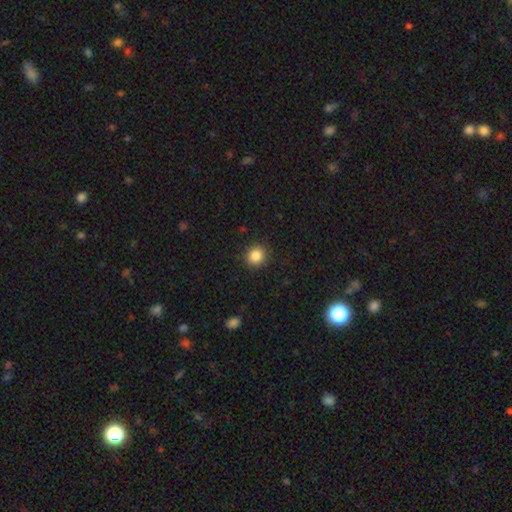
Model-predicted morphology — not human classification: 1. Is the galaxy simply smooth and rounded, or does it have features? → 86% smooth, 10% star or artifact, 4% featured or disk.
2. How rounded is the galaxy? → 88% round, 11% in between, 1% cigar-shaped.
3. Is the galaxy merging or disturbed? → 91% none, 6% minor disturbance, 2% major disturbance, 1% merger.